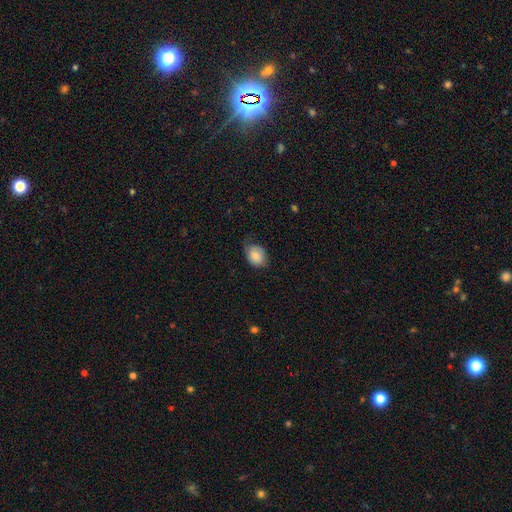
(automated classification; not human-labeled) A smooth galaxy with no disk features (79%) that is in between round and cigar-shaped (59%). Merging: none (54%).